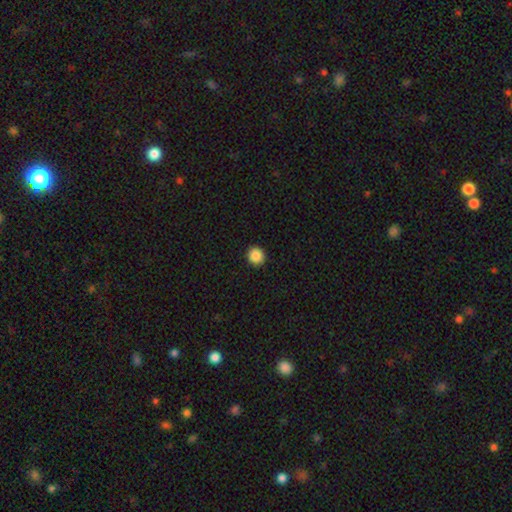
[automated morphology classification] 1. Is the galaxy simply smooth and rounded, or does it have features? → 88% smooth, 9% star or artifact, 3% featured or disk.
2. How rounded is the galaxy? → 91% round, 8% in between, 1% cigar-shaped.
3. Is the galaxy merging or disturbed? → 93% none, 4% minor disturbance, 1% major disturbance, 1% merger.